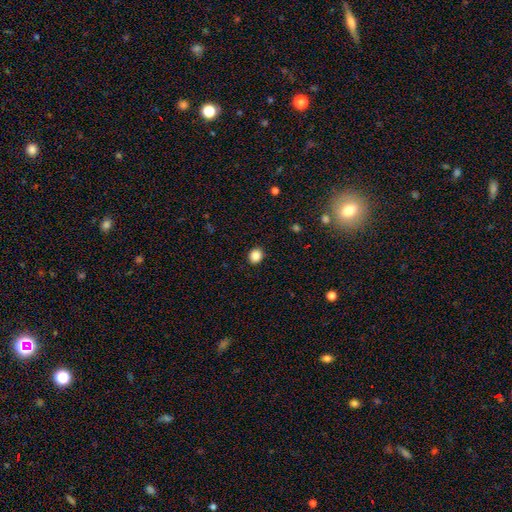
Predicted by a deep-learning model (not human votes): Smooth or featured? smooth (87%)
How rounded? round (78%)
Merging? none (92%)